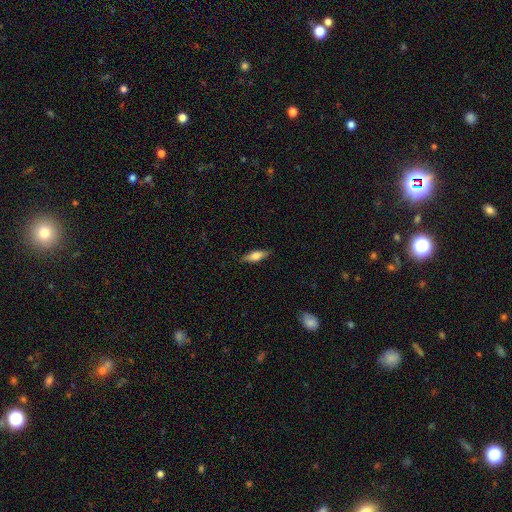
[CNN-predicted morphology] Smooth or featured: smooth — 62% (featured or disk — 31%)
How rounded: in between — 52% (cigar-shaped — 45%)
Merging: none — 86% (minor disturbance — 11%)